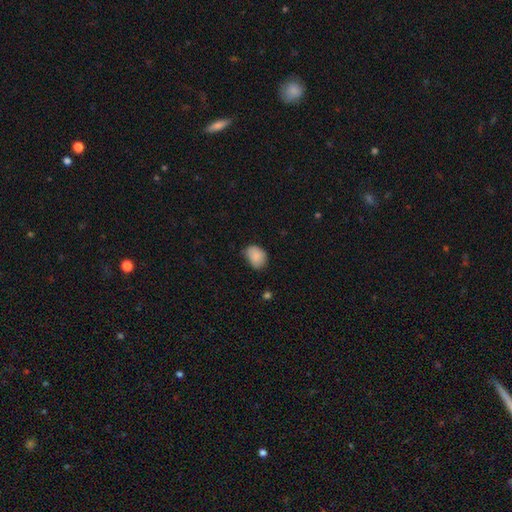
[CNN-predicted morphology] The model was most divided on "merging": none: 60%, minor disturbance: 33%, major disturbance: 5%, merger: 2%. More confident: smooth or featured — smooth (86%); how rounded — in between (67%).